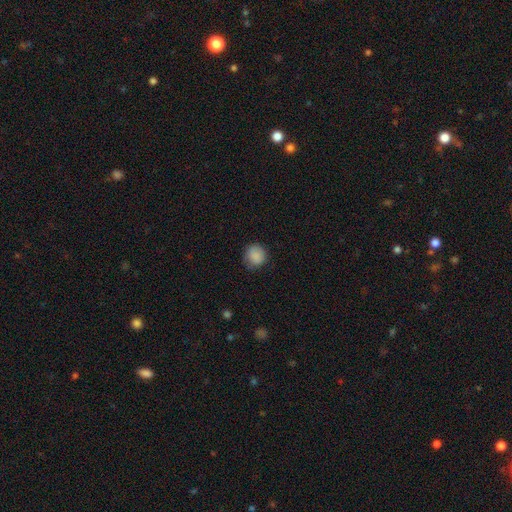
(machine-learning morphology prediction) smooth_or_featured: smooth (p=0.86) [alt: star or artifact p=0.08]
how_rounded: round (p=0.87) [alt: in between p=0.12]
merging: none (p=0.75) [alt: minor disturbance p=0.19]